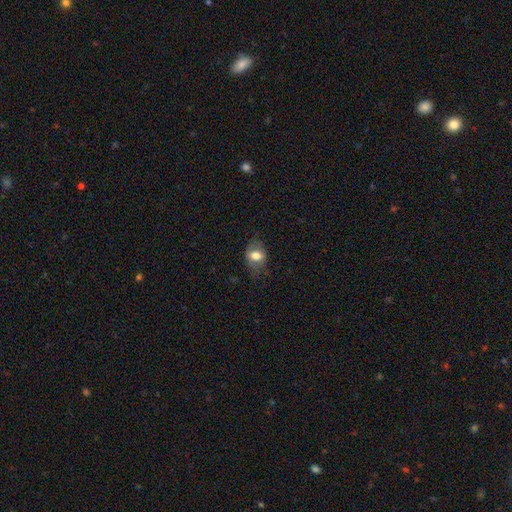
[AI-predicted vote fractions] This is likely a smooth galaxy (69%). How rounded: likely in between (72%). Merging: likely none (67%).